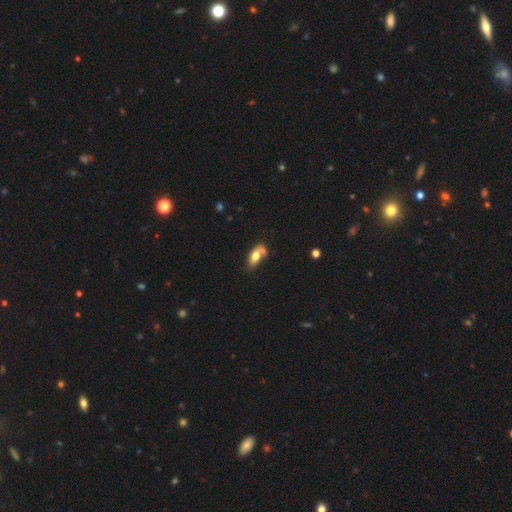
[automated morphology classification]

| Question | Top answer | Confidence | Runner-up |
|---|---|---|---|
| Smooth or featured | smooth | 72% | featured or disk (20%) |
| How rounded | in between | 82% | cigar-shaped (13%) |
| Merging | none | 41% | merger (27%) |